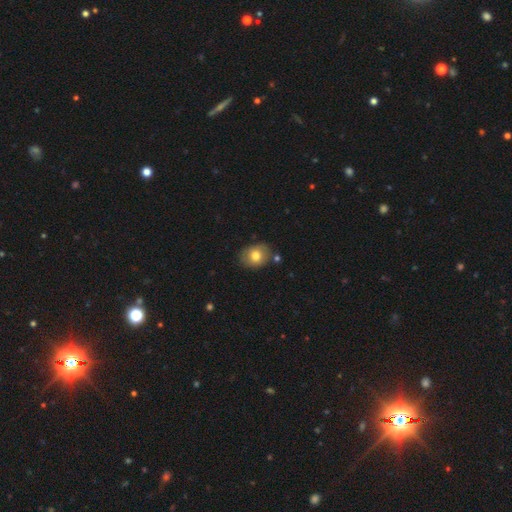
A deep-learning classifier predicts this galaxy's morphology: This appears to be a smooth galaxy with no disk features (76%) that is in between round and cigar-shaped (55%). Merging: none (78%).